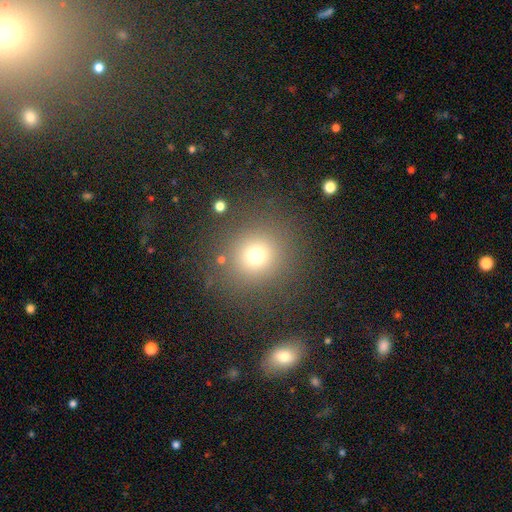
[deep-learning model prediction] A smooth galaxy with no disk features (72%) that is round (90%).

Vote fractions:
- Smooth or featured? smooth: 72% / star or artifact: 19% / featured or disk: 10%
- How rounded? round: 90% / in between: 9% / cigar-shaped: 1%
- Merging? none: 85% / minor disturbance: 8% / major disturbance: 5% / merger: 3%